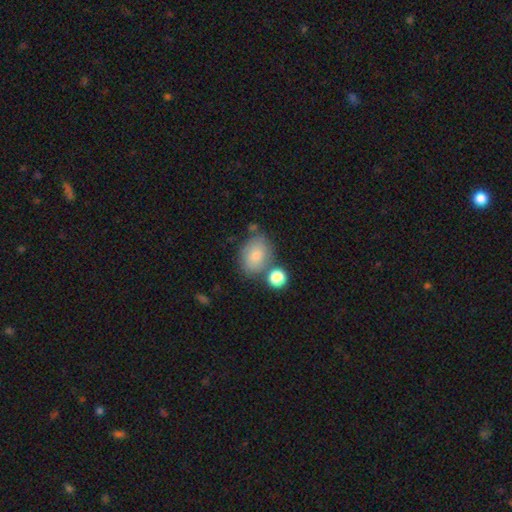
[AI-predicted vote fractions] Smooth or featured?
  - smooth: 78% *
  - featured or disk: 13%
  - star or artifact: 9%
How rounded?
  - in between: 61% *
  - round: 38%
  - cigar-shaped: 1%
Merging?
  - none: 63% *
  - minor disturbance: 17%
  - merger: 15%
  - major disturbance: 6%